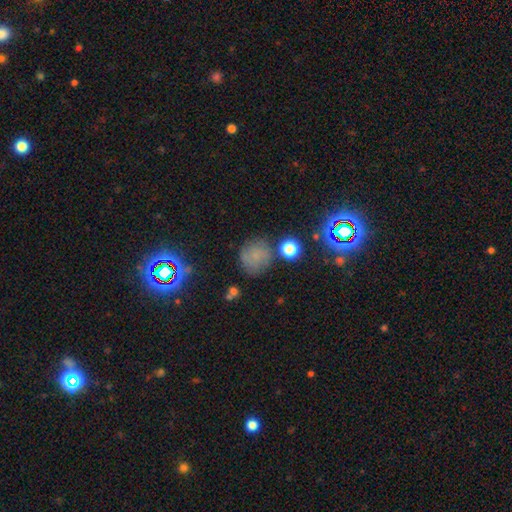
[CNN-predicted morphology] type=smooth (58%); roundness=round (82%); merging=none (67%).